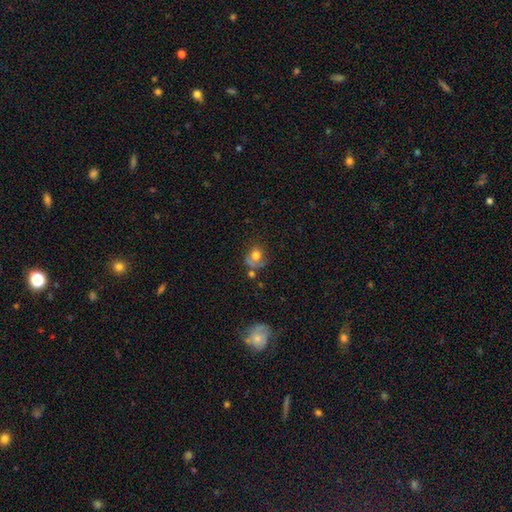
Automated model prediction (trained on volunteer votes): The model was most divided on "merging": none: 42%, minor disturbance: 22%, major disturbance: 20%, merger: 15%. More confident: how rounded — round (69%); smooth or featured — smooth (63%).